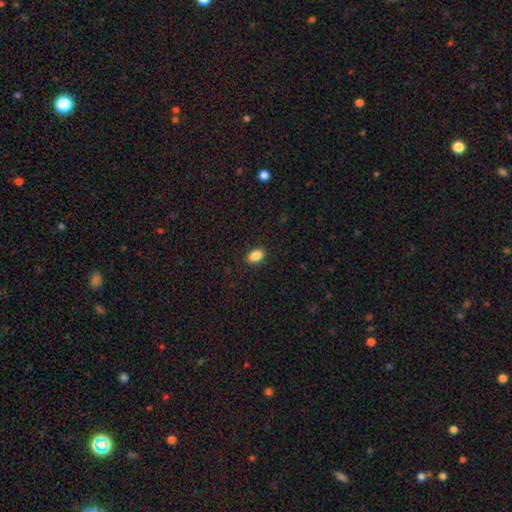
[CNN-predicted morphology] A smooth galaxy with no disk features (88%) that is in between round and cigar-shaped (88%).

Vote fractions:
- Smooth or featured? smooth: 88% / star or artifact: 9% / featured or disk: 4%
- How rounded? in between: 88% / round: 11% / cigar-shaped: 1%
- Merging? none: 89% / minor disturbance: 8% / major disturbance: 2% / merger: 1%